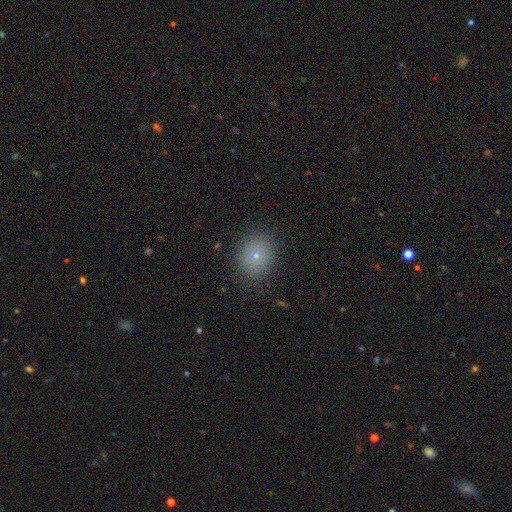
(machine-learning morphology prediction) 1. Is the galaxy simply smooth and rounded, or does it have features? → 73% smooth, 14% star or artifact, 13% featured or disk.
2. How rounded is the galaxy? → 60% round, 39% in between, 1% cigar-shaped.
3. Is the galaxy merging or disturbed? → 85% none, 10% minor disturbance, 3% major disturbance, 1% merger.